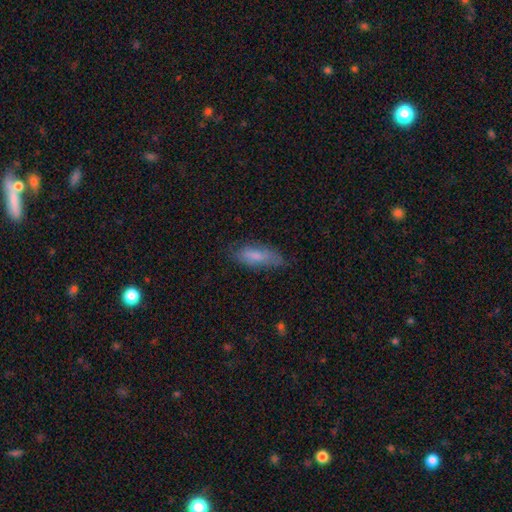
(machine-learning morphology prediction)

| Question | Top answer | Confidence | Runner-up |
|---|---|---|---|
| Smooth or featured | smooth | 72% | featured or disk (21%) |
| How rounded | in between | 63% | cigar-shaped (35%) |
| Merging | none | 68% | minor disturbance (24%) |